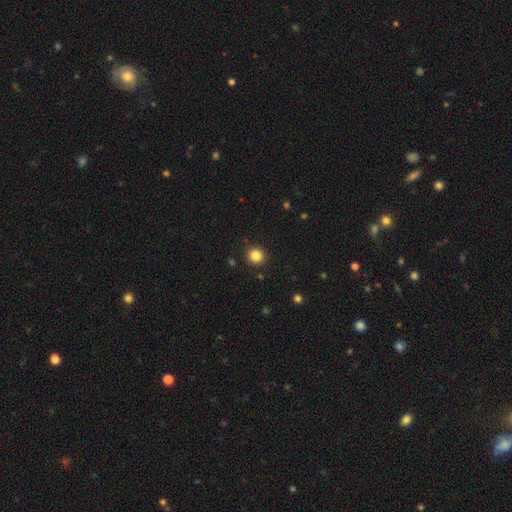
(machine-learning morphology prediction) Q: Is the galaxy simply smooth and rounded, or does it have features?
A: smooth — 84%.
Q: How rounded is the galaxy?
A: round — 91%.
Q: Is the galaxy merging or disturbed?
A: none — 92%.